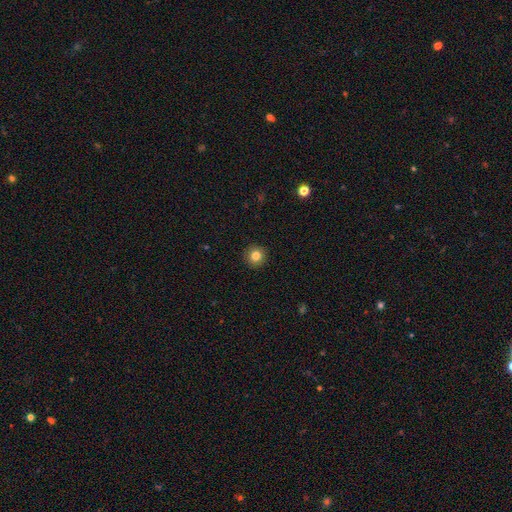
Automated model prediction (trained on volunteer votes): smooth 83%, star or artifact 11%, featured or disk 7%. Down the decision tree: how rounded — round (95%); merging — none (93%).